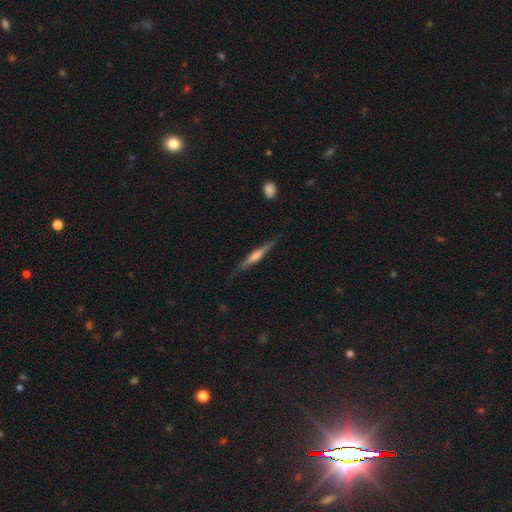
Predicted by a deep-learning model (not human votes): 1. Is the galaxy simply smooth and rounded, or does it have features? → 71% featured or disk, 23% smooth, 6% star or artifact.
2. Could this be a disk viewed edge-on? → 97% yes, 3% no.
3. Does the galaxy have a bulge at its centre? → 70% rounded, 17% boxy, 13% none.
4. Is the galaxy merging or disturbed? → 85% none, 11% minor disturbance, 2% major disturbance, 1% merger.